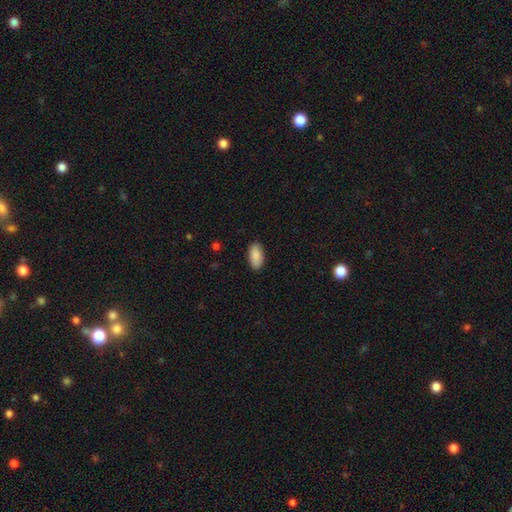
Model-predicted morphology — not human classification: Overall: smooth (89%). How rounded: in between (93%). Merging: none (88%).